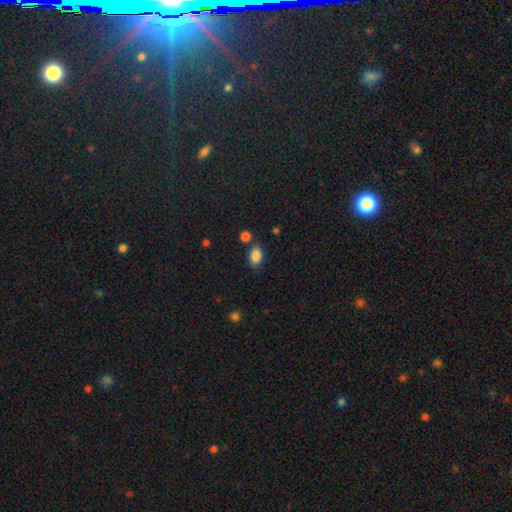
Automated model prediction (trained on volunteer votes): The model was most divided on "merging": none: 75%, minor disturbance: 13%, merger: 8%, major disturbance: 3%. More confident: smooth or featured — smooth (86%); how rounded — in between (84%).